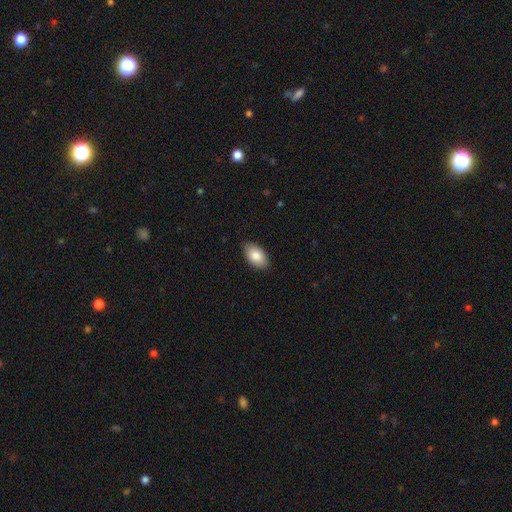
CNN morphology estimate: Overall: smooth (86%). How rounded: in between (94%). Merging: none (87%).